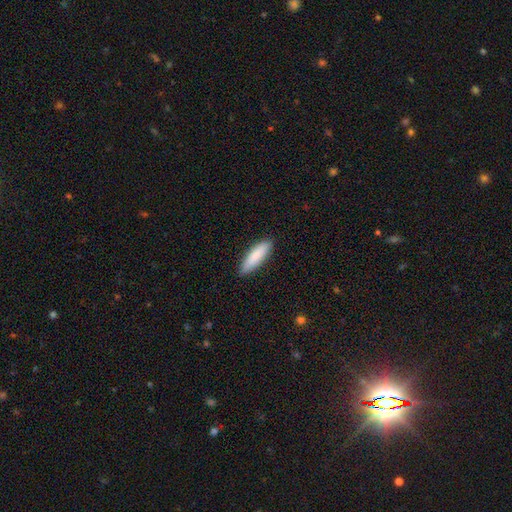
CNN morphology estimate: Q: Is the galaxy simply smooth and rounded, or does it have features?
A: smooth — 84%.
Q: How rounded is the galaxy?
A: cigar-shaped — 57%.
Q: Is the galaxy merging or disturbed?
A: none — 87%.